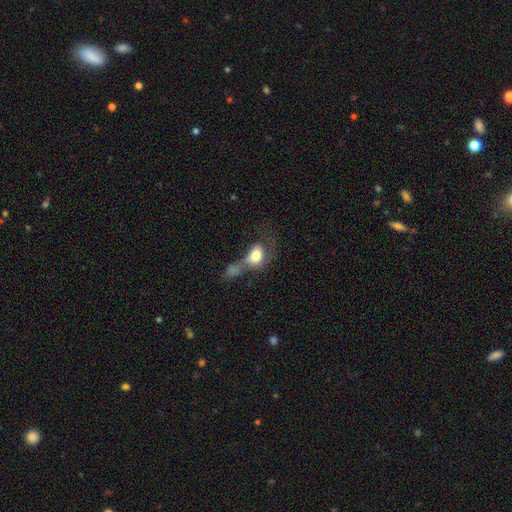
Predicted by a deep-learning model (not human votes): This is likely a smooth galaxy (72%). How rounded: likely in between (69%). Merging: possibly merger (51%).